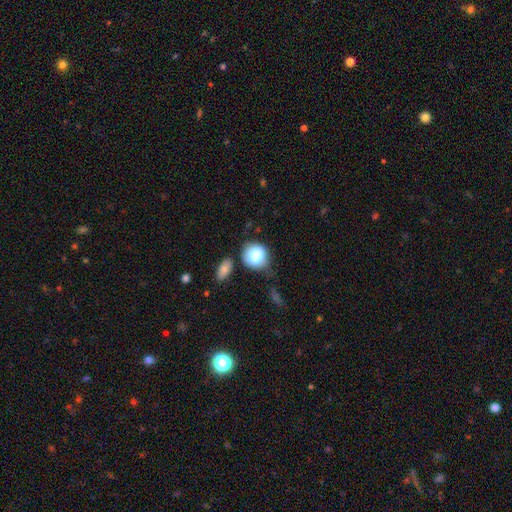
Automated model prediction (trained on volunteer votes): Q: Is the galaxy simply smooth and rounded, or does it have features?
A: smooth — 81%.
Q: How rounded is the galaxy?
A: round — 68%.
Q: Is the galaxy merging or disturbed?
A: none — 54%.